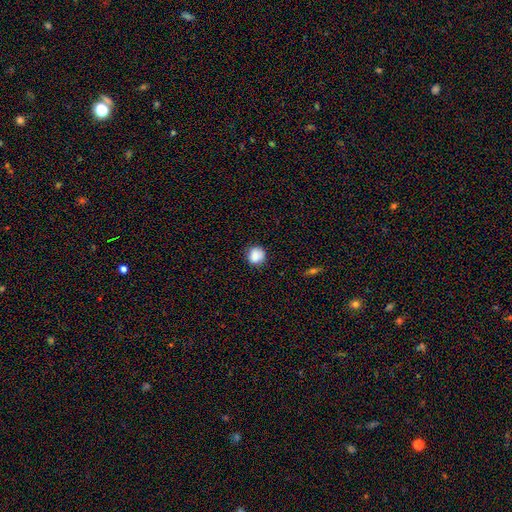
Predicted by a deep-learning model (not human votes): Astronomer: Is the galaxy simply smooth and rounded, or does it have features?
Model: smooth — 85%.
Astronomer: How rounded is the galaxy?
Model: round — 89%.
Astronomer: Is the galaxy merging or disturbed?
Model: none — 82%.